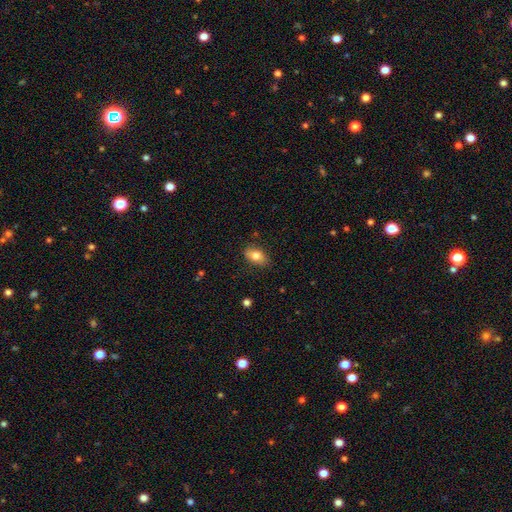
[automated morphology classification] type=smooth (80%); roundness=in between (87%); merging=none (81%).